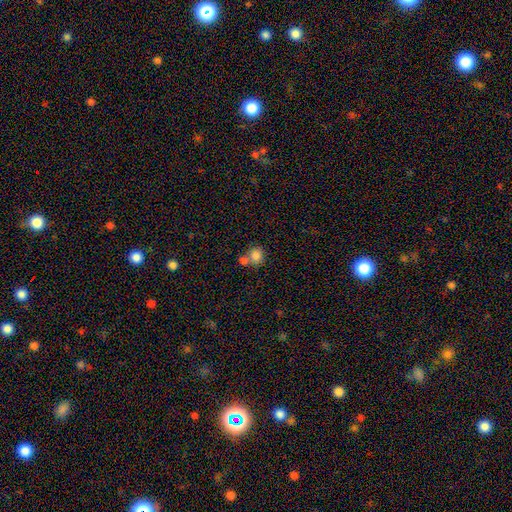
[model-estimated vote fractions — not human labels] Smooth or featured?
  - smooth: 83% *
  - star or artifact: 10%
  - featured or disk: 7%
How rounded?
  - round: 86% *
  - in between: 13%
  - cigar-shaped: 1%
Merging?
  - none: 48% *
  - merger: 41%
  - minor disturbance: 8%
  - major disturbance: 3%